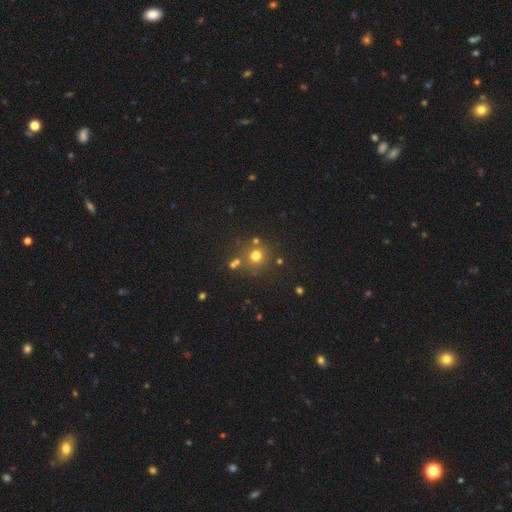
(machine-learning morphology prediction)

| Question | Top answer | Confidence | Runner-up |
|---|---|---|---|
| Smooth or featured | smooth | 70% | star or artifact (21%) |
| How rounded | round | 89% | in between (10%) |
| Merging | none | 74% | merger (12%) |